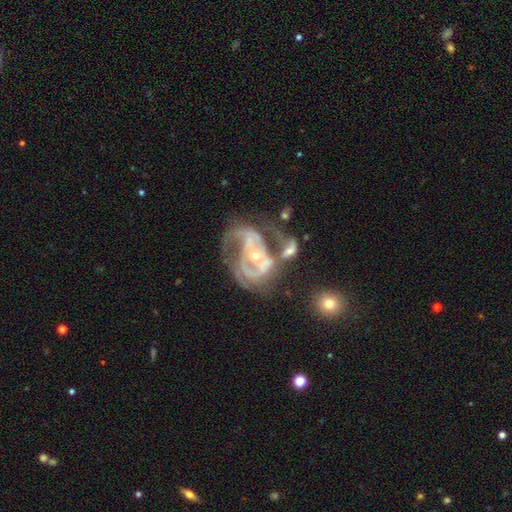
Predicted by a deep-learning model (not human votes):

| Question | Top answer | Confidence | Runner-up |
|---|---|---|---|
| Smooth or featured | featured or disk | 87% | star or artifact (7%) |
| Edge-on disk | no | 97% | yes (3%) |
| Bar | no | 56% | weak (28%) |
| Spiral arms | yes | 88% | no (12%) |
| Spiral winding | medium | 41% | tight (40%) |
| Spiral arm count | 2 | 44% | can't tell (25%) |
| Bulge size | small | 55% | moderate (41%) |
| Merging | major disturbance | 33% | merger (30%) |